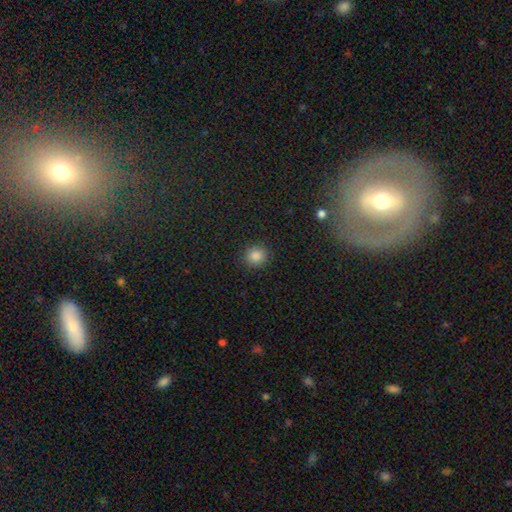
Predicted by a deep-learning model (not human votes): Smooth or featured?
  - smooth: 85% *
  - star or artifact: 11%
  - featured or disk: 4%
How rounded?
  - round: 88% *
  - in between: 11%
  - cigar-shaped: 1%
Merging?
  - none: 90% *
  - minor disturbance: 6%
  - major disturbance: 2%
  - merger: 1%